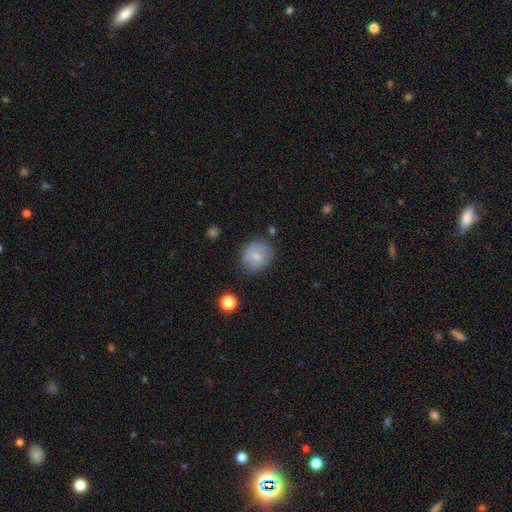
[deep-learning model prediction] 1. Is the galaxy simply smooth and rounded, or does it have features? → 72% smooth, 19% featured or disk, 8% star or artifact.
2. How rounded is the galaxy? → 74% round, 26% in between, 1% cigar-shaped.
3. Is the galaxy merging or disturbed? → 75% none, 18% minor disturbance, 5% major disturbance, 3% merger.